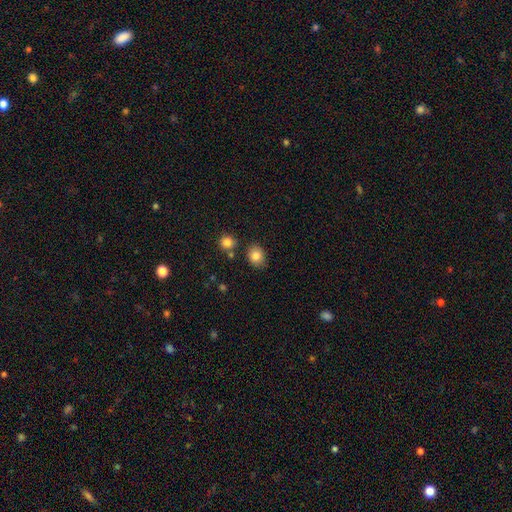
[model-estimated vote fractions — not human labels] The model was most divided on "how rounded": round: 55%, in between: 44%, cigar-shaped: 1%. More confident: smooth or featured — smooth (84%); merging — none (79%).